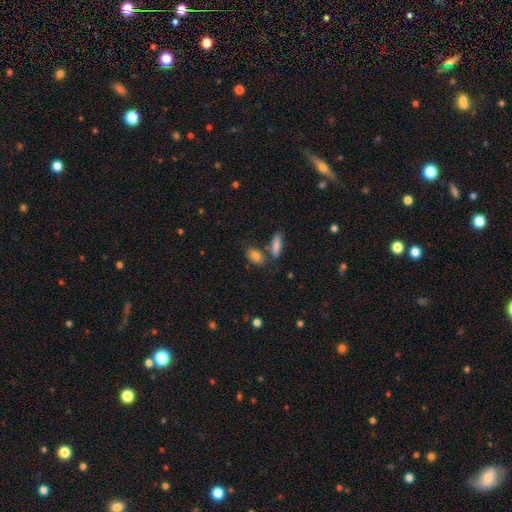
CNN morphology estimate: Smooth or featured: smooth — 82% (featured or disk — 10%)
How rounded: in between — 83% (cigar-shaped — 10%)
Merging: none — 65% (merger — 19%)